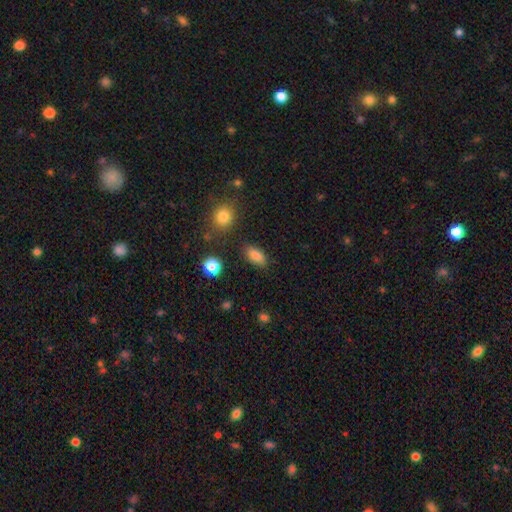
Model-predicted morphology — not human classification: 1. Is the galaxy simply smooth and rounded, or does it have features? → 85% smooth, 10% star or artifact, 6% featured or disk.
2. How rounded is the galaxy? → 87% in between, 7% round, 5% cigar-shaped.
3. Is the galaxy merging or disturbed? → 83% none, 10% minor disturbance, 3% major disturbance, 3% merger.